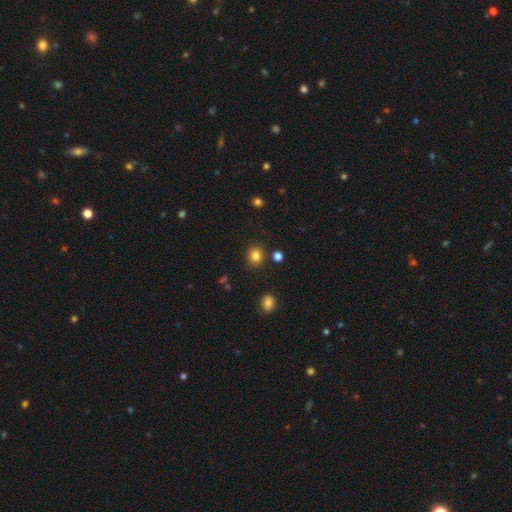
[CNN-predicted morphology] A smooth galaxy with no disk features (82%) that is round (86%). Merging: none (88%).